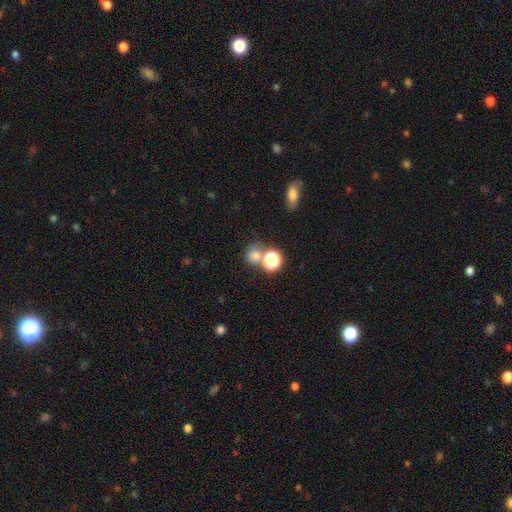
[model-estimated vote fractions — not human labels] Smooth or featured: smooth — 70% (star or artifact — 22%)
How rounded: round — 80% (in between — 19%)
Merging: none — 55% (merger — 30%)